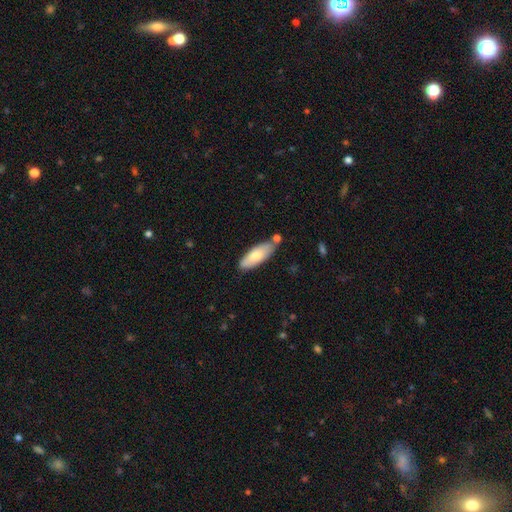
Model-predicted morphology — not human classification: smooth 72%, featured or disk 22%, star or artifact 6%. Down the decision tree: how rounded — in between (61%); merging — none (69%).